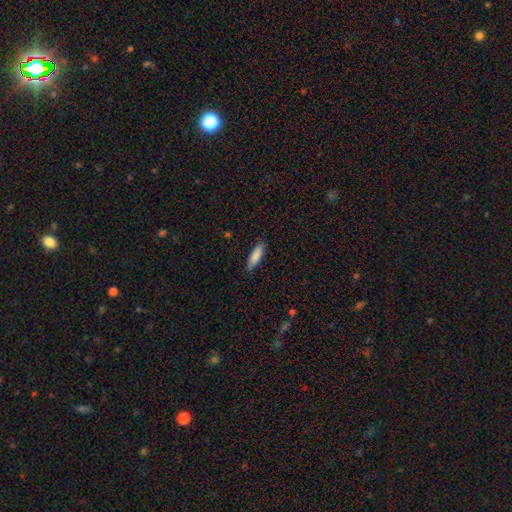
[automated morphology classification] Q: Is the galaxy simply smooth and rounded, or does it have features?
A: smooth — 85%.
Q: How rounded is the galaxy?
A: cigar-shaped — 58%.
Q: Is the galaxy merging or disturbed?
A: none — 86%.